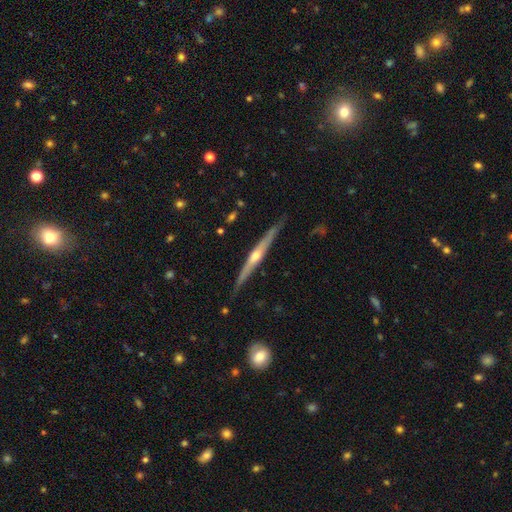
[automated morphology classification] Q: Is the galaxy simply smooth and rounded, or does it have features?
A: featured or disk — 85%.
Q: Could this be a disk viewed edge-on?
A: yes — 98%.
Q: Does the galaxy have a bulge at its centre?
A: rounded — 88%.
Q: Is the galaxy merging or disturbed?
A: none — 88%.